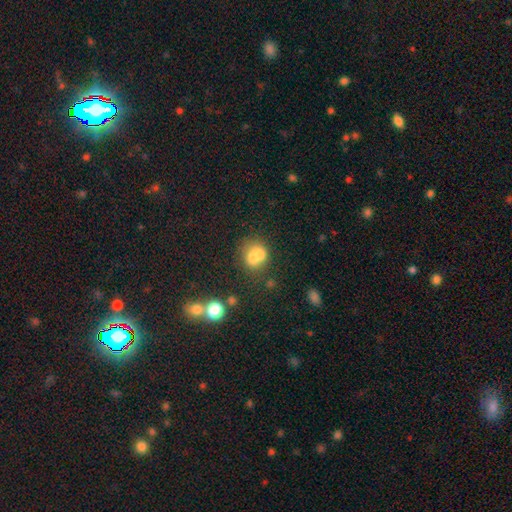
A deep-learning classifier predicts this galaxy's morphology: This is likely a smooth galaxy (67%). How rounded: likely round (67%). Merging: possibly merger (52%).